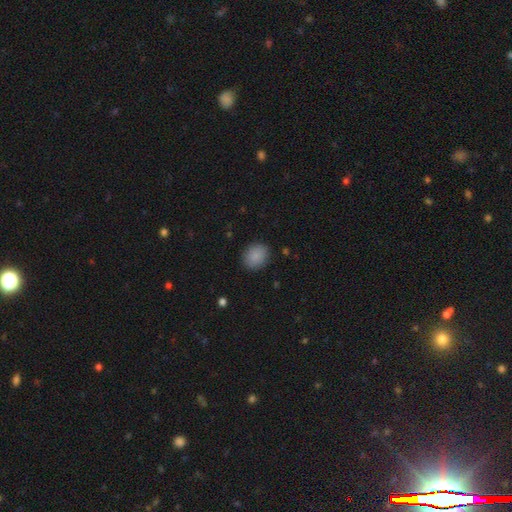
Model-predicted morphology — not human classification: Smooth or featured? smooth (88%)
How rounded? round (61%)
Merging? none (88%)